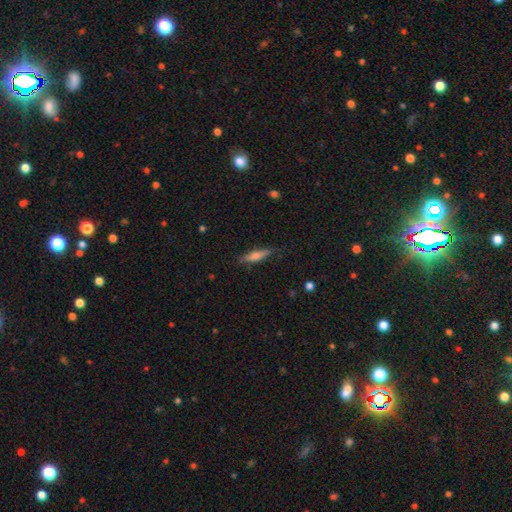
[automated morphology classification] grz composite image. It shows a smooth galaxy with no disk features (53%) that is cigar-shaped (80%). Merging: none (83%).